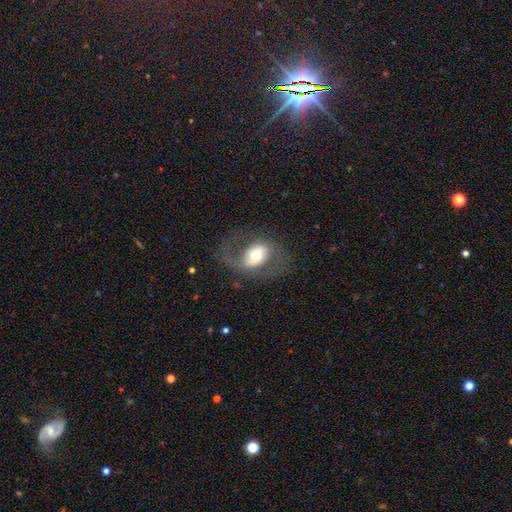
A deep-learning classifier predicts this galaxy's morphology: Smooth or featured?
  - featured or disk: 66% *
  - smooth: 27%
  - star or artifact: 7%
Edge-on disk?
  - no: 95% *
  - yes: 5%
Bar?
  - no: 44% *
  - weak: 33%
  - strong: 23%
Spiral arms?
  - yes: 79% *
  - no: 21%
Spiral winding?
  - loose: 45% *
  - medium: 44%
  - tight: 11%
Spiral arm count?
  - 2: 81% *
  - 1: 11%
  - can't tell: 6%
  - 3: 1%
  - 4: 1%
  - more than 4: 1%
Bulge size?
  - moderate: 61% *
  - large: 18%
  - small: 16%
  - dominant: 4%
  - none: 1%
Merging?
  - none: 66% *
  - major disturbance: 18%
  - minor disturbance: 15%
  - merger: 1%